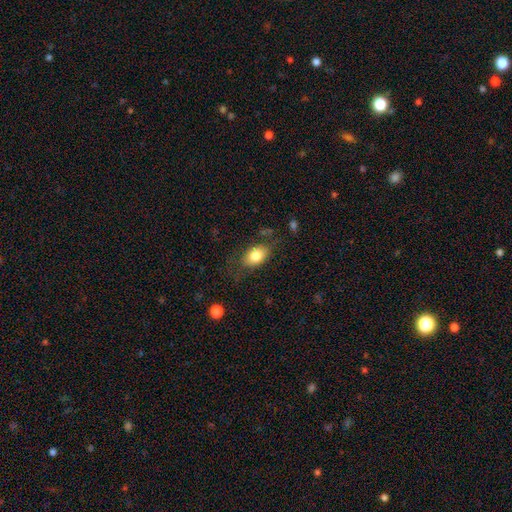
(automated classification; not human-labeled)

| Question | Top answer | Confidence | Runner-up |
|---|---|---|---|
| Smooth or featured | smooth | 80% | featured or disk (13%) |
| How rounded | in between | 85% | round (13%) |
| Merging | none | 71% | minor disturbance (18%) |